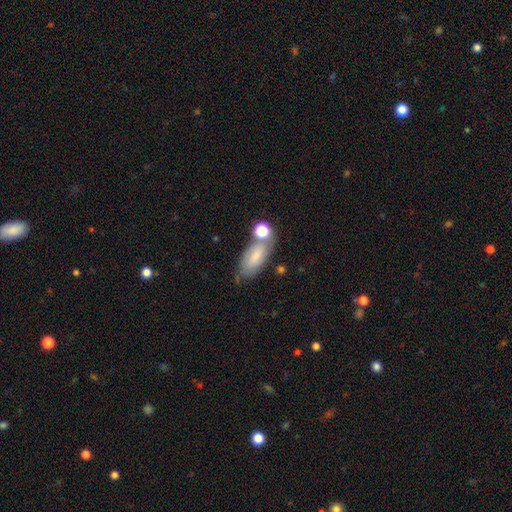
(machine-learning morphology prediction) Smooth or featured?
  - smooth: 70% *
  - featured or disk: 22%
  - star or artifact: 8%
How rounded?
  - in between: 82% *
  - cigar-shaped: 14%
  - round: 4%
Merging?
  - none: 52% *
  - minor disturbance: 20%
  - merger: 20%
  - major disturbance: 7%